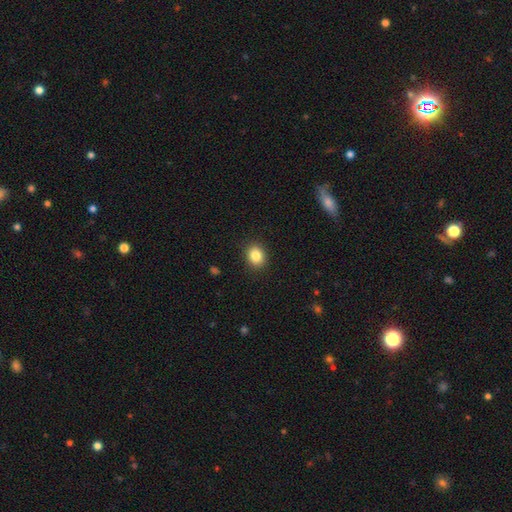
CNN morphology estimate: The model was most divided on "how rounded": round: 63%, in between: 36%, cigar-shaped: 1%. More confident: merging — none (89%); smooth or featured — smooth (85%).